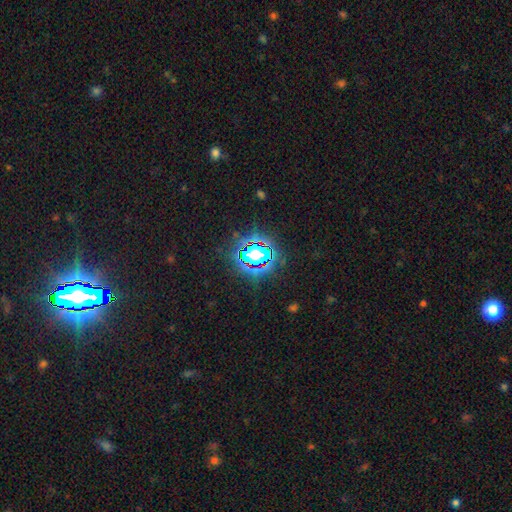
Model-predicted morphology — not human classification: type=star or artifact (82%).